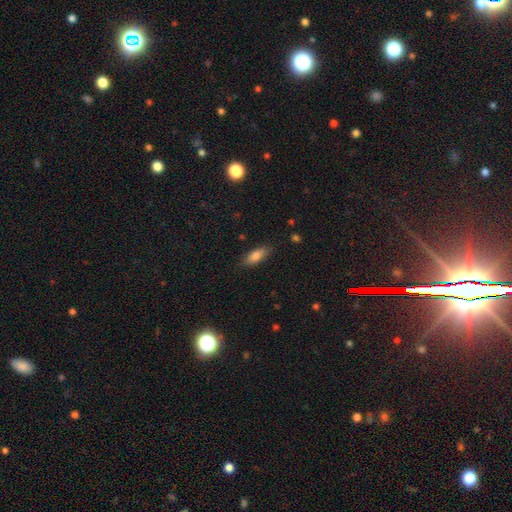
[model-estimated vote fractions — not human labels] smooth-or-featured: smooth: 81% | featured or disk: 11% | star or artifact: 8%
  how-rounded: in between: 69% | cigar-shaped: 29% | round: 2%
  merging: none: 83% | minor disturbance: 13% | major disturbance: 3% | merger: 1%